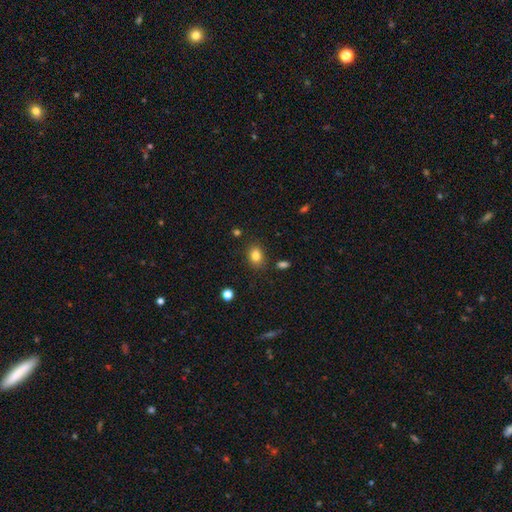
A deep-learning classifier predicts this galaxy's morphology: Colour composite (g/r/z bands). It shows a smooth galaxy with no disk features (83%) that is in between round and cigar-shaped (68%). Merging: none (82%).